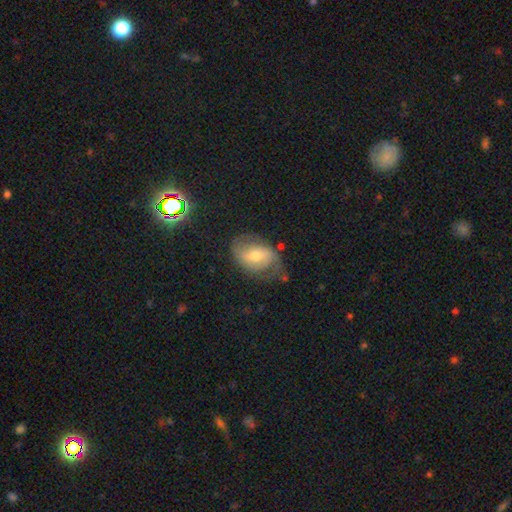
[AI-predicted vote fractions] This is likely a featured or disk galaxy (61%). It is clearly not viewed edge-on (96%). Bar: possibly weak (46%). Spiral arm pattern: clearly yes (82%). Central bulge: likely moderate (66%). Merging: possibly none (57%).